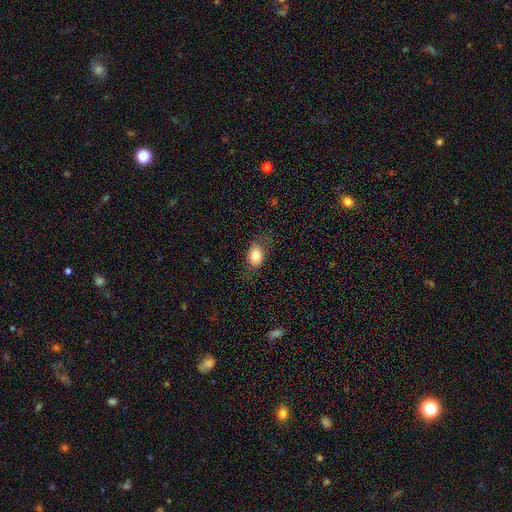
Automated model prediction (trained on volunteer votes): smooth_or_featured: smooth (p=0.79) [alt: featured or disk p=0.13]
how_rounded: in between (p=0.79) [alt: round p=0.19]
merging: none (p=0.70) [alt: minor disturbance p=0.19]